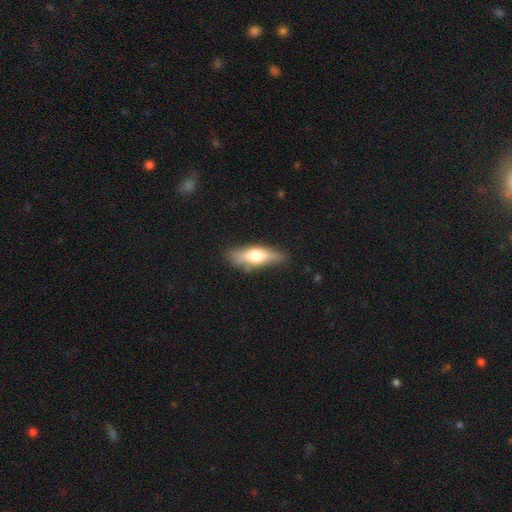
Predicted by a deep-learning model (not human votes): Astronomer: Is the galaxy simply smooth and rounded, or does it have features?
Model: smooth — 57% (runner-up: featured or disk, 37%).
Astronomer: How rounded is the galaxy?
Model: in between — 51% (runner-up: cigar-shaped, 46%).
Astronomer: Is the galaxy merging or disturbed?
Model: none — 74%.